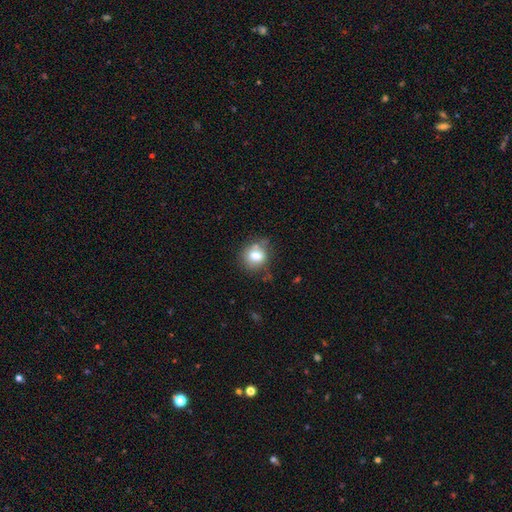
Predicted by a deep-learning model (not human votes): This is likely a smooth galaxy (76%). How rounded: likely round (77%). Merging: likely none (69%).